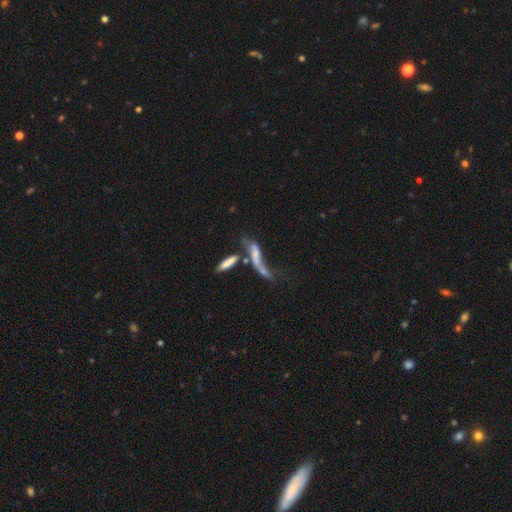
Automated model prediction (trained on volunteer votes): featured or disk 45%, smooth 44%, star or artifact 12%. Down the decision tree: merging — merger (47%).